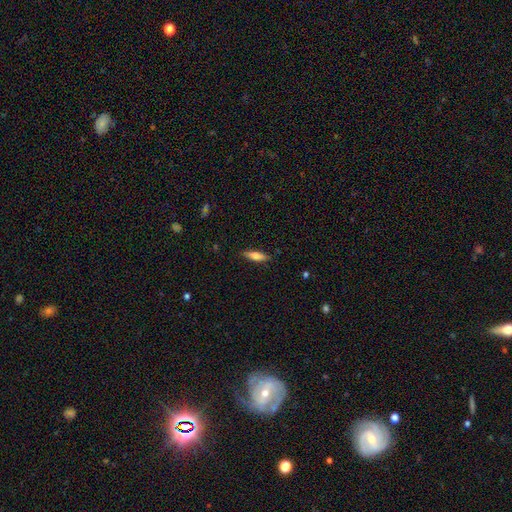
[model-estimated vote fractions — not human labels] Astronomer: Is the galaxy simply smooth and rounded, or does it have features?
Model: smooth — 67%.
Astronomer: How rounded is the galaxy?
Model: cigar-shaped — 62%.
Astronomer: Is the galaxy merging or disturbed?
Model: none — 86%.